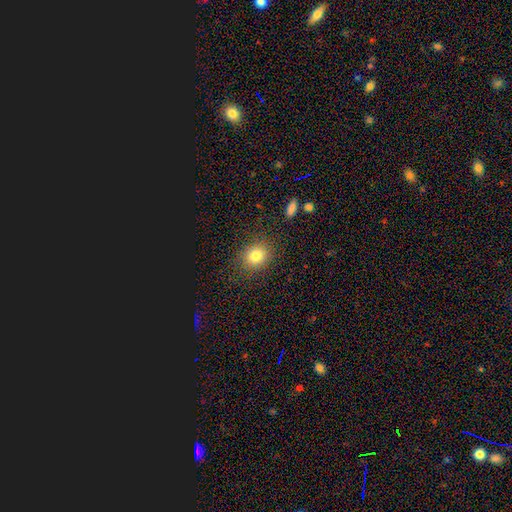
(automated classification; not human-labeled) The model was most divided on "how rounded": round: 62%, in between: 37%, cigar-shaped: 1%. More confident: merging — none (85%); smooth or featured — smooth (82%).